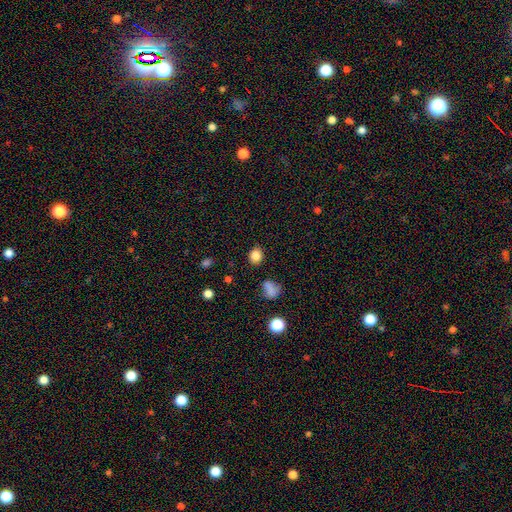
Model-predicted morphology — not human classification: Smooth or featured?
  - smooth: 84% *
  - star or artifact: 12%
  - featured or disk: 5%
How rounded?
  - round: 65% *
  - in between: 34%
  - cigar-shaped: 1%
Merging?
  - none: 86% *
  - minor disturbance: 9%
  - major disturbance: 3%
  - merger: 2%